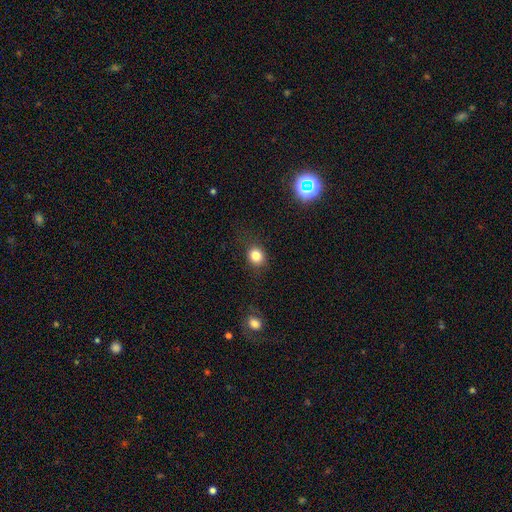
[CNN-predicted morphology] Smooth or featured: smooth — 82% (star or artifact — 12%)
How rounded: round — 73% (in between — 26%)
Merging: none — 83% (minor disturbance — 12%)